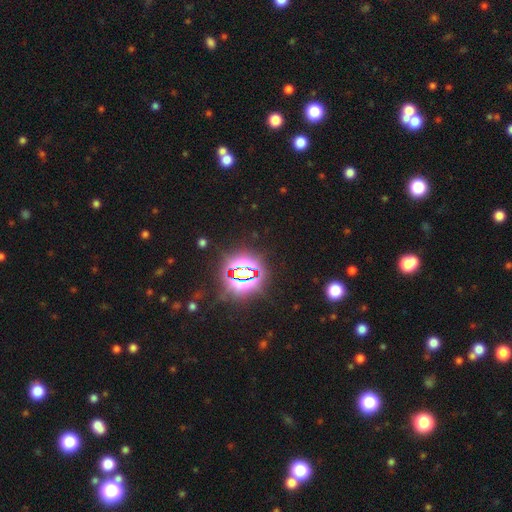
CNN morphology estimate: A star or artifact, not a galaxy (80%).